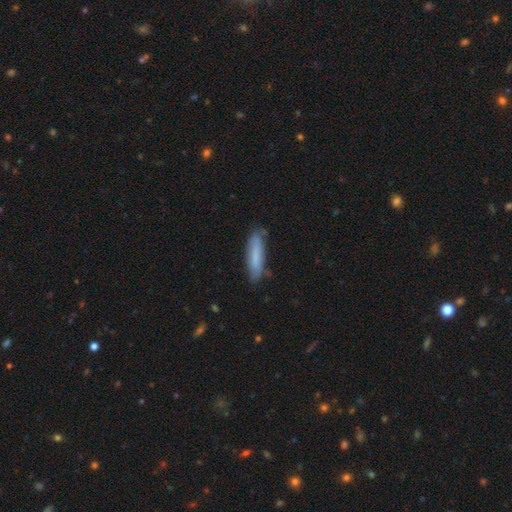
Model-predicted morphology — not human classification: Smooth or featured: smooth — 75% (featured or disk — 18%)
How rounded: cigar-shaped — 77% (in between — 21%)
Merging: none — 75% (minor disturbance — 19%)